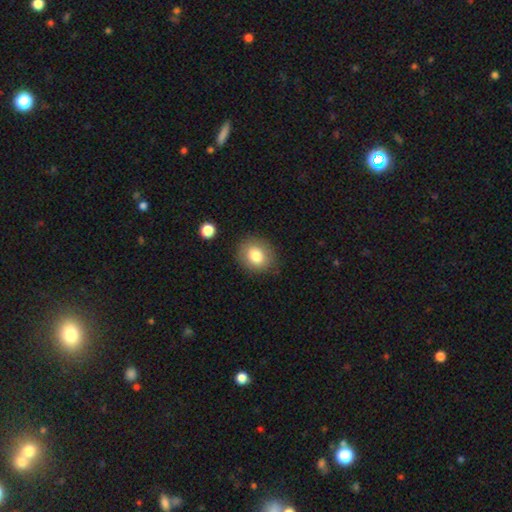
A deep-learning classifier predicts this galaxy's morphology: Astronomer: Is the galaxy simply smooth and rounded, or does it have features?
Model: smooth — 81%.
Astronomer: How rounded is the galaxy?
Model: round — 66%.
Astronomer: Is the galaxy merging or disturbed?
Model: none — 84%.